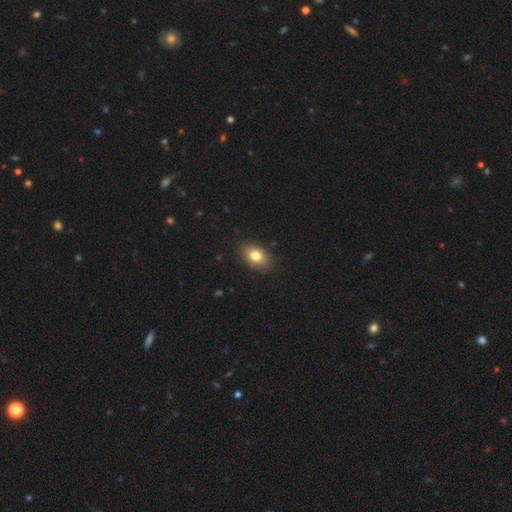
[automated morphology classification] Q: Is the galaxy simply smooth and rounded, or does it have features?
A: smooth — 79%.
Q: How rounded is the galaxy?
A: in between — 81%.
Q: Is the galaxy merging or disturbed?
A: none — 85%.